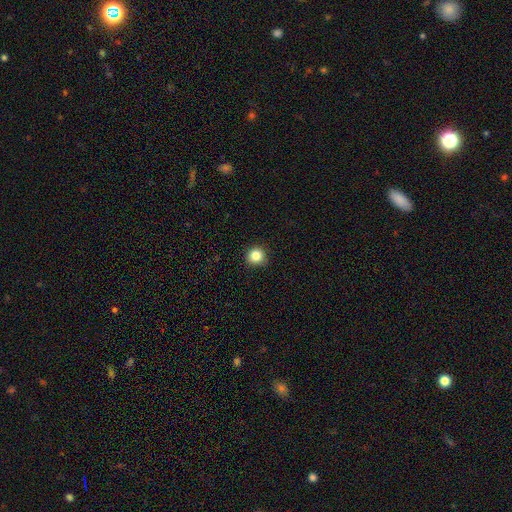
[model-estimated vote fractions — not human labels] A smooth galaxy with no disk features (84%) that is round (93%).

Vote fractions:
- Smooth or featured? smooth: 84% / star or artifact: 11% / featured or disk: 5%
- How rounded? round: 93% / in between: 6% / cigar-shaped: 1%
- Merging? none: 89% / minor disturbance: 8% / major disturbance: 2% / merger: 1%